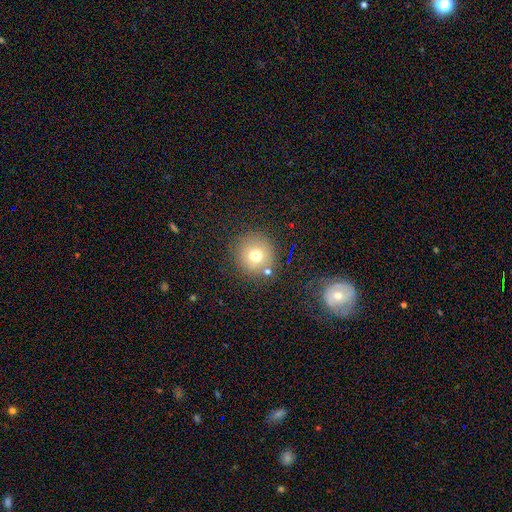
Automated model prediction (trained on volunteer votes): Smooth or featured: smooth — 71% (star or artifact — 16%)
How rounded: round — 92% (in between — 7%)
Merging: none — 79% (minor disturbance — 10%)